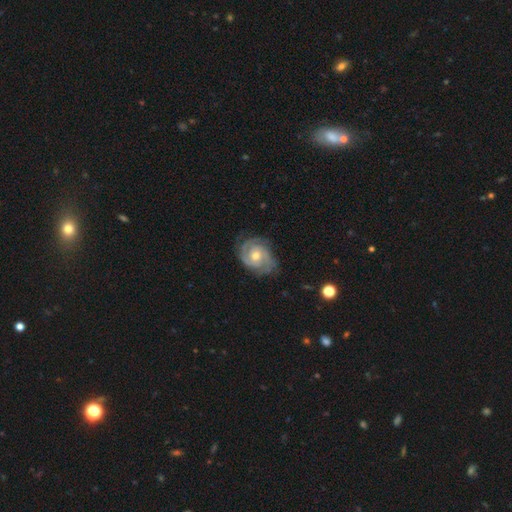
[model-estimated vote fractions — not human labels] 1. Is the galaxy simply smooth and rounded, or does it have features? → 87% featured or disk, 9% smooth, 5% star or artifact.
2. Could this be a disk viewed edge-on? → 98% no, 2% yes.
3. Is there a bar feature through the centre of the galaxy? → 72% no, 23% weak, 5% strong.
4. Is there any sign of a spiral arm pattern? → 97% yes, 3% no.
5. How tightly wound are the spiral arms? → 66% tight, 28% medium, 5% loose.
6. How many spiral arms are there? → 47% 2, 28% 3, 13% can't tell, 5% 4, 4% 1, 3% more than 4.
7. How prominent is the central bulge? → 67% moderate, 28% small, 3% large, 1% none, 1% dominant.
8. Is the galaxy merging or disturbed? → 72% none, 20% minor disturbance, 7% major disturbance, 1% merger.